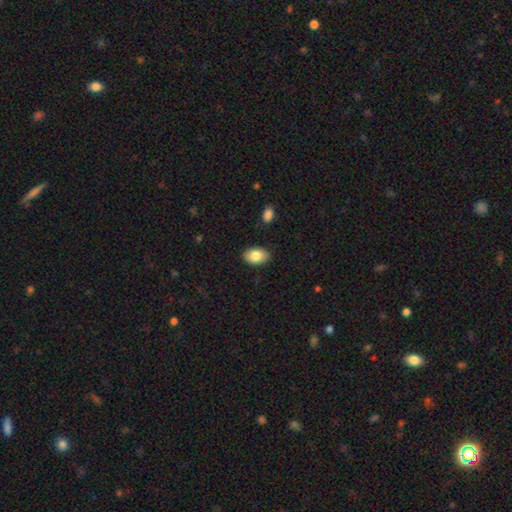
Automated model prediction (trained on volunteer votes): smooth 84%, featured or disk 9%, star or artifact 7%. Down the decision tree: how rounded — in between (90%); merging — none (88%).